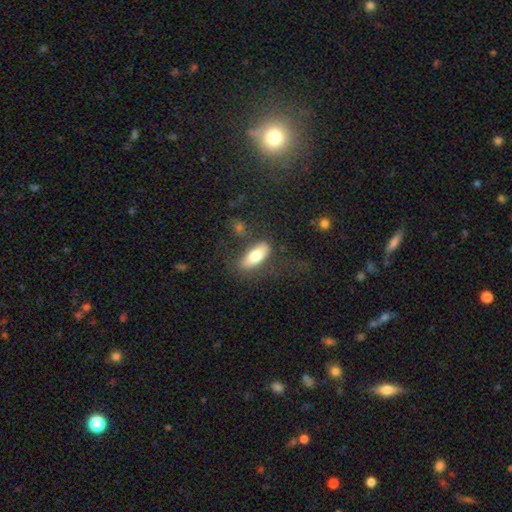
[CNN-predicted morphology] Q: Smooth or featured?
A: smooth (73%); runner-up: featured or disk (21%)
Q: How rounded?
A: in between (74%); runner-up: cigar-shaped (24%)
Q: Merging?
A: none (67%); runner-up: minor disturbance (18%)